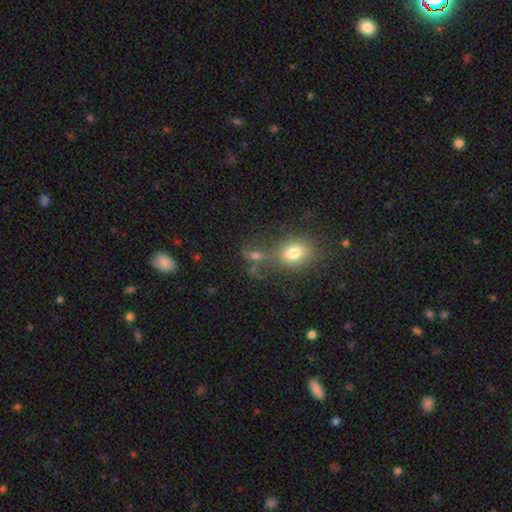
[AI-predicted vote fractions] Morphology: type=smooth (57%); roundness=in between (51%); merging=none (48%).